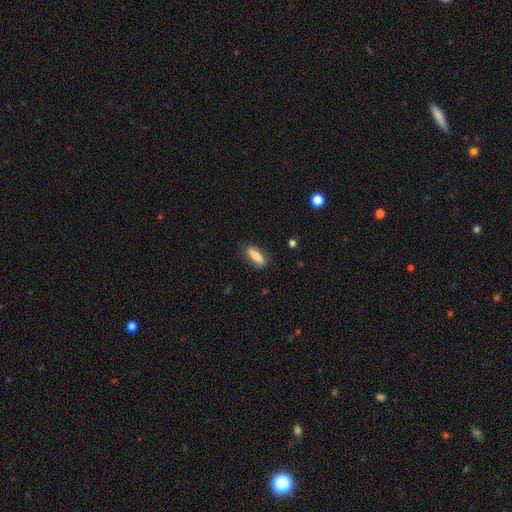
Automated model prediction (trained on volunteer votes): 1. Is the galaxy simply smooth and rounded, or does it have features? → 69% smooth, 25% featured or disk, 7% star or artifact.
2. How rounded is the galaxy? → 62% in between, 36% cigar-shaped, 3% round.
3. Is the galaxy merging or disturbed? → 79% none, 16% minor disturbance, 3% major disturbance, 1% merger.